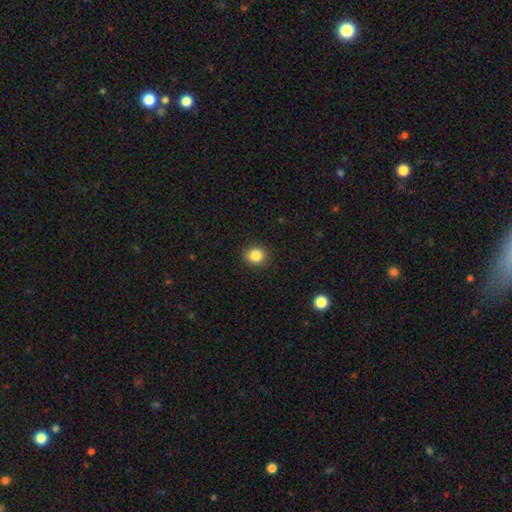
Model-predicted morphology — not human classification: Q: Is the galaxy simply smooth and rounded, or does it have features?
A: smooth — 86%.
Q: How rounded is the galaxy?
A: round — 81%.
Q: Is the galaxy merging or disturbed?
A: none — 91%.